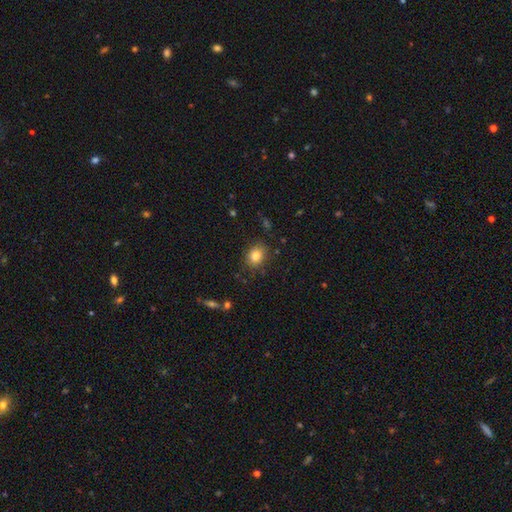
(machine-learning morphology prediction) smooth-or-featured: smooth: 83% | star or artifact: 10% | featured or disk: 7%
  how-rounded: round: 50% | in between: 49% | cigar-shaped: 1%
  merging: none: 83% | minor disturbance: 12% | major disturbance: 3% | merger: 2%